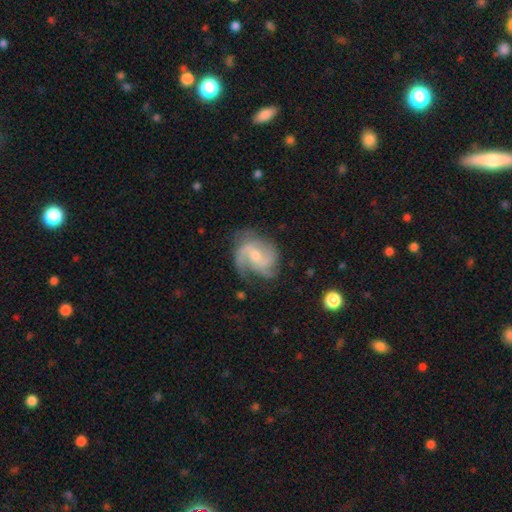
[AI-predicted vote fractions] smooth_or_featured: featured or disk (p=0.85) [alt: smooth p=0.10]
disk_edge_on: no (p=0.98) [alt: yes p=0.02]
bar: no (p=0.47) [alt: weak p=0.44]
has_spiral_arms: yes (p=0.97) [alt: no p=0.03]
spiral_winding: medium (p=0.52) [alt: tight p=0.24]
spiral_arm_count: 3 (p=0.40) [alt: 2 p=0.34]
bulge_size: small (p=0.47) [alt: moderate p=0.45]
merging: none (p=0.64) [alt: minor disturbance p=0.22]